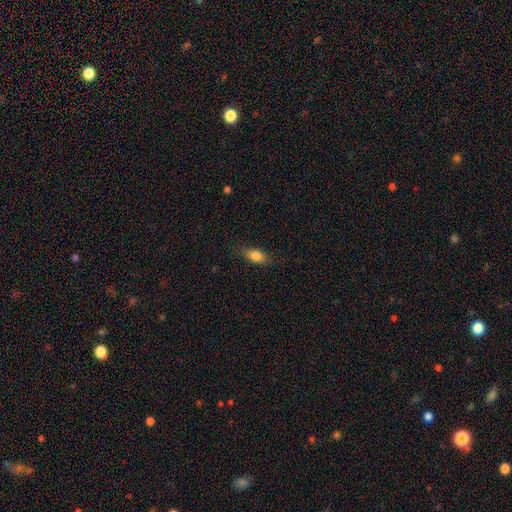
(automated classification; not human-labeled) This is clearly a smooth galaxy (80%). How rounded: clearly in between (81%). Merging: clearly none (80%).